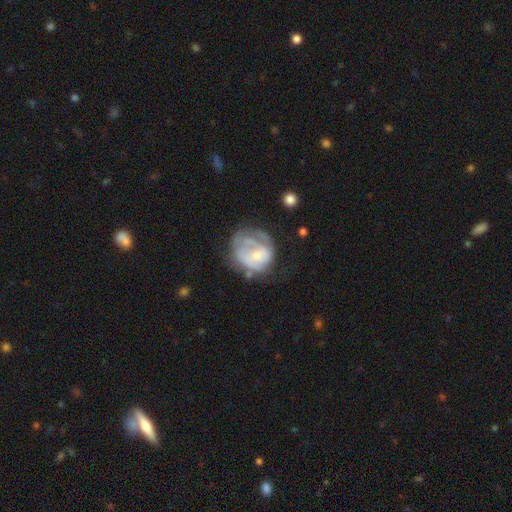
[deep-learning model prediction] Smooth or featured: featured or disk — 57% (smooth — 36%)
Edge-on disk: no — 98% (yes — 2%)
Bar: no — 76% (weak — 20%)
Spiral arms: yes — 52% (no — 48%)
Bulge size: small — 44% (moderate — 37%)
Merging: none — 37% (major disturbance — 33%)